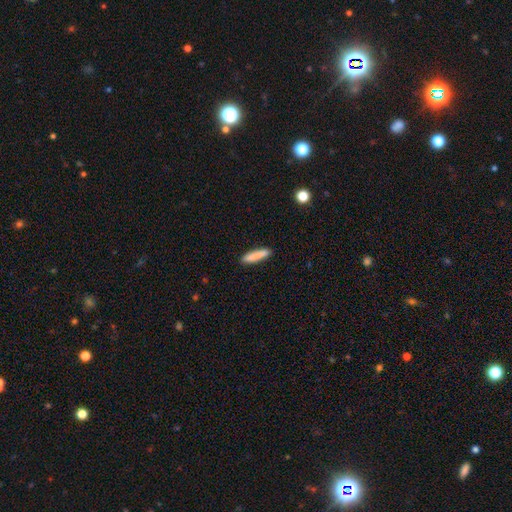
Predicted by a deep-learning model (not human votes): This is clearly a smooth galaxy (86%). How rounded: clearly cigar-shaped (86%). Merging: clearly none (88%).